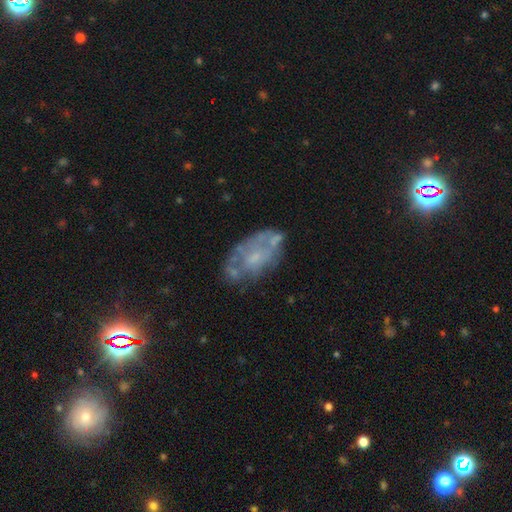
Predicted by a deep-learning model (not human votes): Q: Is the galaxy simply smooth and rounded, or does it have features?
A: featured or disk — 62%.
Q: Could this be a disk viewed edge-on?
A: no — 95%.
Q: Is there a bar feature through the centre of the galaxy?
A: no — 84%.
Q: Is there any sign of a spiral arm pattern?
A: no — 73%.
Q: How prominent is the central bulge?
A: small — 43%.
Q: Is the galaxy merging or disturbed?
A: none — 52%.